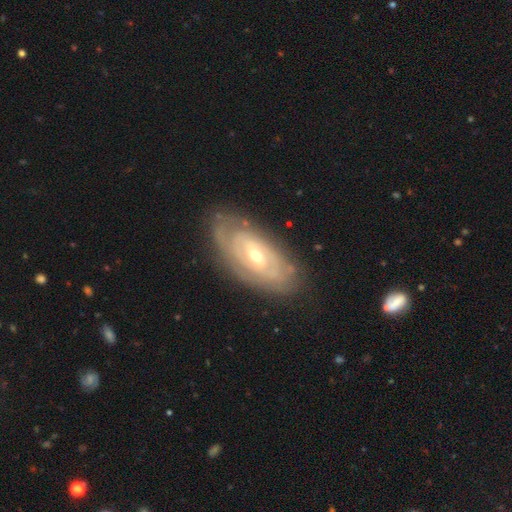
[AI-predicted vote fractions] smooth_or_featured: featured or disk (p=0.78) [alt: smooth p=0.16]
disk_edge_on: no (p=0.90) [alt: yes p=0.10]
bar: no (p=0.58) [alt: weak p=0.31]
has_spiral_arms: yes (p=0.77) [alt: no p=0.23]
spiral_winding: tight (p=0.76) [alt: medium p=0.18]
spiral_arm_count: can't tell (p=0.56) [alt: 2 p=0.22]
bulge_size: small (p=0.51) [alt: moderate p=0.46]
merging: none (p=0.78) [alt: minor disturbance p=0.16]